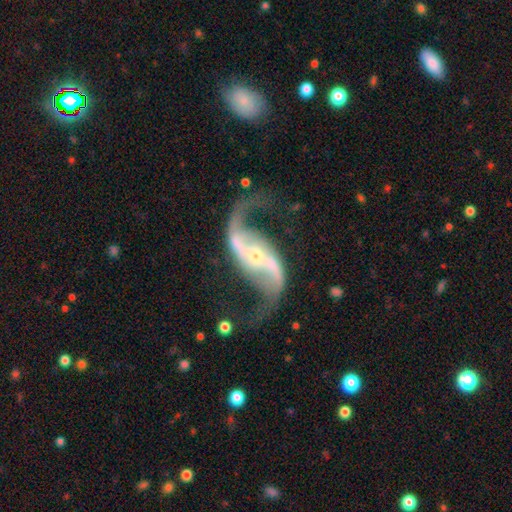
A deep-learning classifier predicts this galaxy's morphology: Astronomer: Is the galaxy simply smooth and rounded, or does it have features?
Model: featured or disk — 93%.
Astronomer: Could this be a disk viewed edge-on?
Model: no — 97%.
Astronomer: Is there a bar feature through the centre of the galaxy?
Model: strong — 47% (runner-up: weak, 29%).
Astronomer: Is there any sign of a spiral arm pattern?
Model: yes — 98%.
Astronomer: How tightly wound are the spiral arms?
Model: loose — 80%.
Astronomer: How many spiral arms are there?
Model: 2 — 95%.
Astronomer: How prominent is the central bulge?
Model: small — 67%.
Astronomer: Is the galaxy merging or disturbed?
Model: none — 75%.